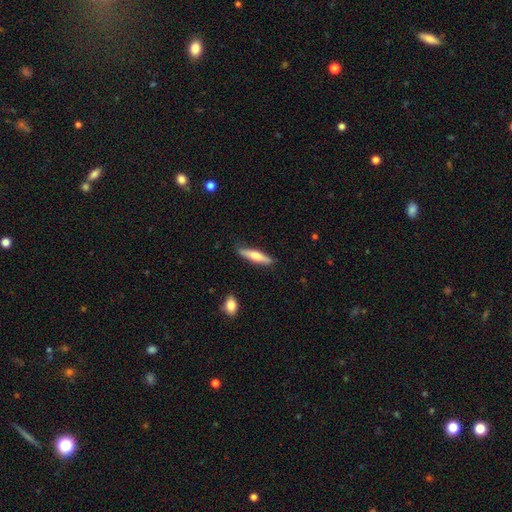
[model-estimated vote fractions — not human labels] smooth_or_featured: smooth (p=0.59) [alt: featured or disk p=0.36]
how_rounded: cigar-shaped (p=0.81) [alt: in between p=0.17]
merging: none (p=0.86) [alt: minor disturbance p=0.11]